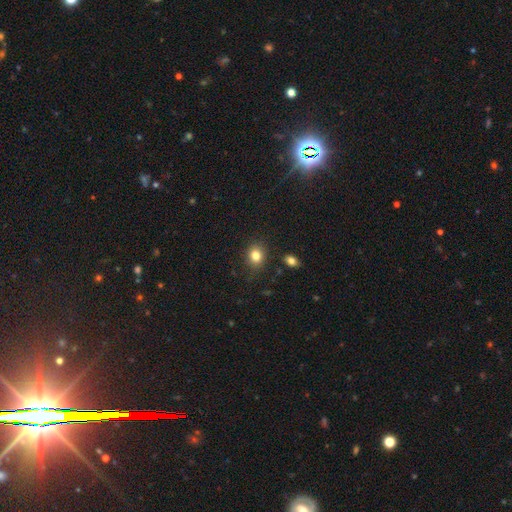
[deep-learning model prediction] A smooth galaxy with no disk features (82%) that is round (59%).

Vote fractions:
- Smooth or featured? smooth: 82% / star or artifact: 11% / featured or disk: 7%
- How rounded? round: 59% / in between: 40% / cigar-shaped: 1%
- Merging? none: 84% / minor disturbance: 11% / major disturbance: 3% / merger: 2%